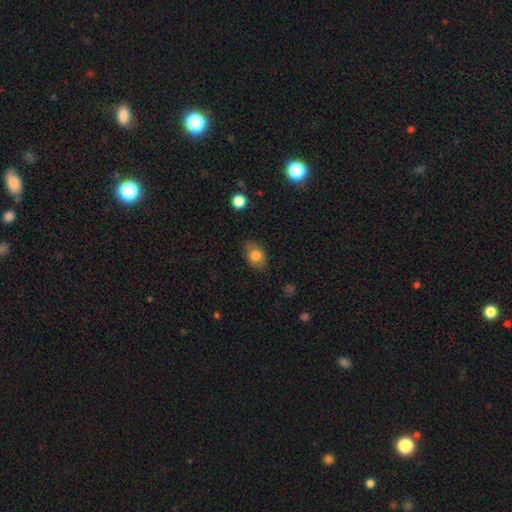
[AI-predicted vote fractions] A smooth galaxy with no disk features (75%) that is in between round and cigar-shaped (81%).

Vote fractions:
- Smooth or featured? smooth: 75% / featured or disk: 17% / star or artifact: 8%
- How rounded? in between: 81% / round: 17% / cigar-shaped: 2%
- Merging? none: 79% / minor disturbance: 16% / major disturbance: 3% / merger: 1%